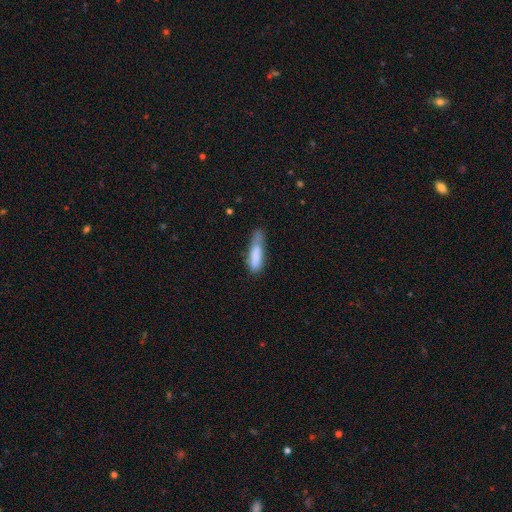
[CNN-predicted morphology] type=smooth (81%); roundness=cigar-shaped (71%); merging=none (44%).